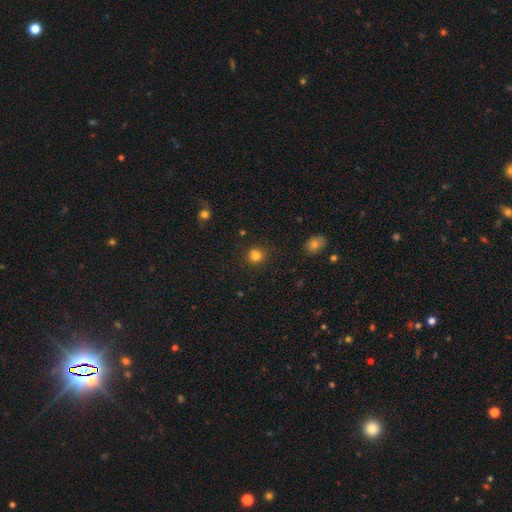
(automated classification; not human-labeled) Morphology: type=smooth (82%); roundness=round (91%); merging=none (88%).